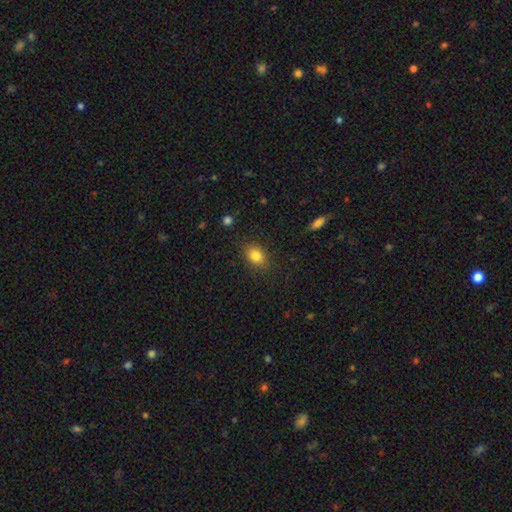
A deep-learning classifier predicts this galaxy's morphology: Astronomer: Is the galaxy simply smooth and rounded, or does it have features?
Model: smooth — 82%.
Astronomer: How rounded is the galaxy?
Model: in between — 71%.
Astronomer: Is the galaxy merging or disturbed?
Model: none — 85%.